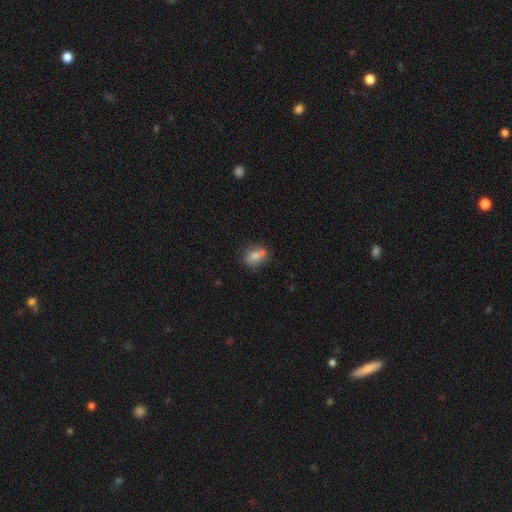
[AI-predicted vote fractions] Smooth or featured? smooth (71%)
How rounded? in between (69%)
Merging? none (54%)